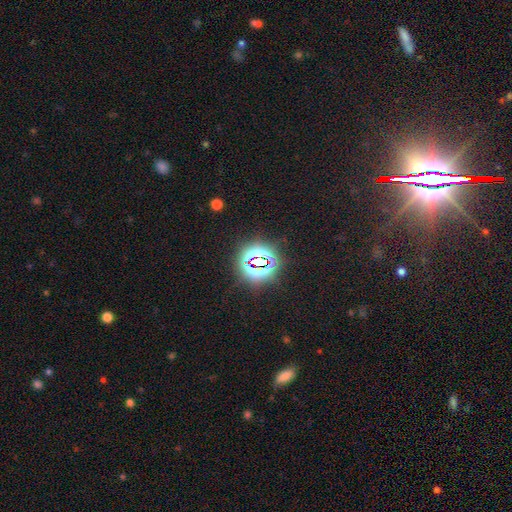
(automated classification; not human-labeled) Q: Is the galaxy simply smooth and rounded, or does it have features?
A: star or artifact — 76%.